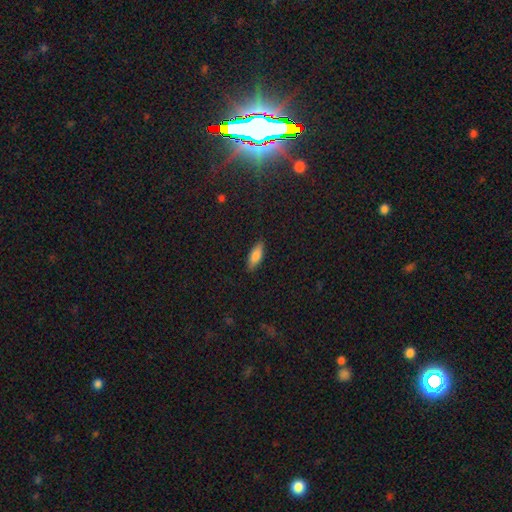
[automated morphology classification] Smooth or featured?
  - smooth: 79% *
  - featured or disk: 14%
  - star or artifact: 7%
How rounded?
  - in between: 67% *
  - cigar-shaped: 31%
  - round: 2%
Merging?
  - none: 86% *
  - minor disturbance: 11%
  - major disturbance: 2%
  - merger: 1%